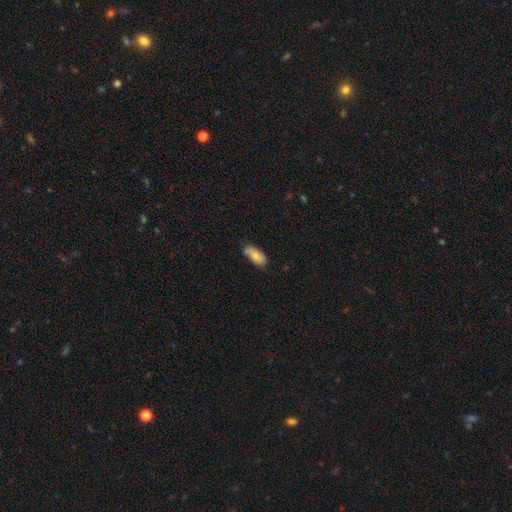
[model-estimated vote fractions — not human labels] smooth 77%, featured or disk 16%, star or artifact 6%. Down the decision tree: how rounded — in between (88%); merging — none (61%).